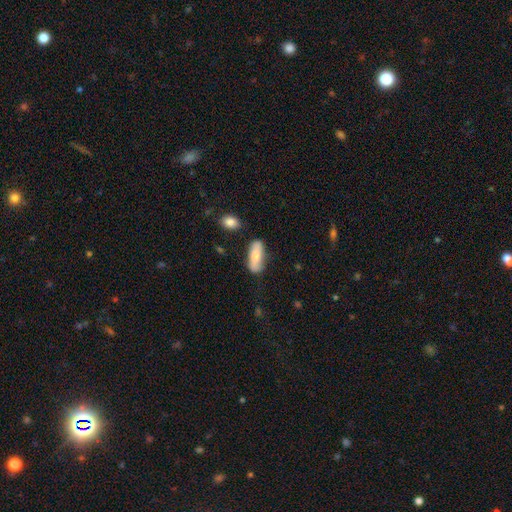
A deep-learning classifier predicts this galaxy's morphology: smooth 74%, featured or disk 20%, star or artifact 6%. Down the decision tree: how rounded — in between (71%); merging — none (73%).